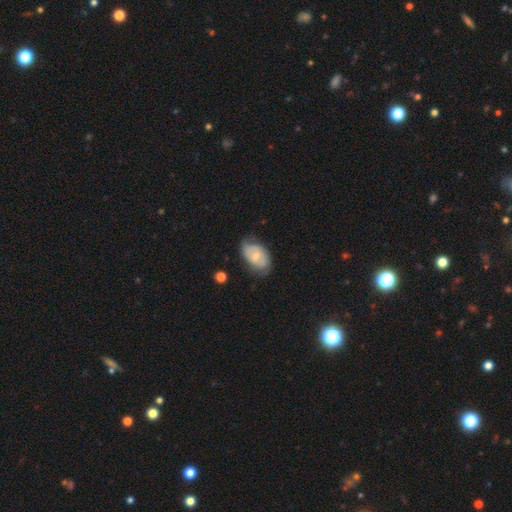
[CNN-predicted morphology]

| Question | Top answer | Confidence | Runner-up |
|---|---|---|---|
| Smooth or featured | featured or disk | 47% | tied: smooth (47%) |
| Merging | none | 61% | minor disturbance (29%) |